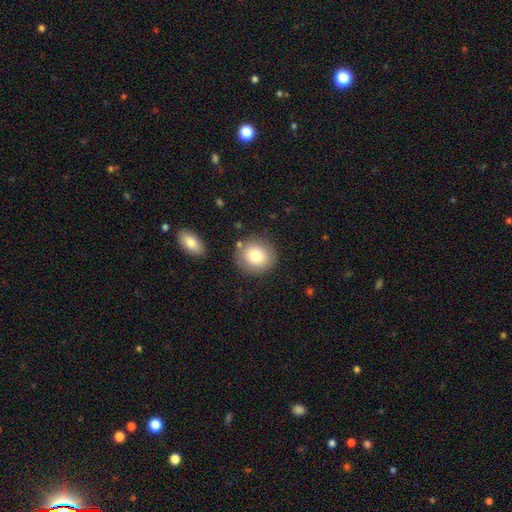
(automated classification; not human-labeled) smooth-or-featured: smooth: 81% | featured or disk: 10% | star or artifact: 8%
  how-rounded: round: 88% | in between: 11% | cigar-shaped: 1%
  merging: none: 82% | minor disturbance: 10% | merger: 5% | major disturbance: 3%